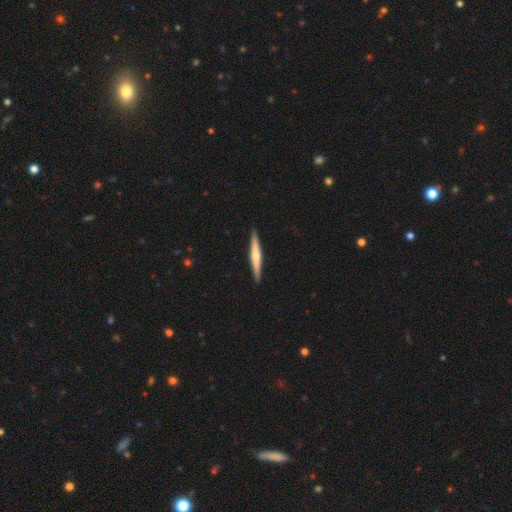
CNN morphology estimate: type=featured or disk (55%); edge-on=yes (97%); edge-on bulge=rounded (72%); merging=none (92%).